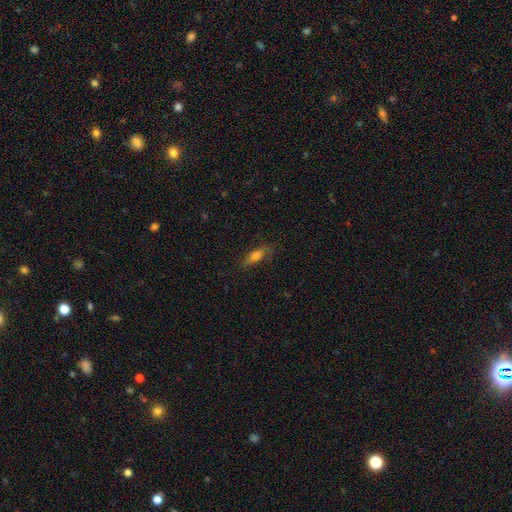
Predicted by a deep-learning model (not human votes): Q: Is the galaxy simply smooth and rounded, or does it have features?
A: smooth — 73%.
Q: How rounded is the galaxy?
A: in between — 66%.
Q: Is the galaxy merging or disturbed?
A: none — 76%.